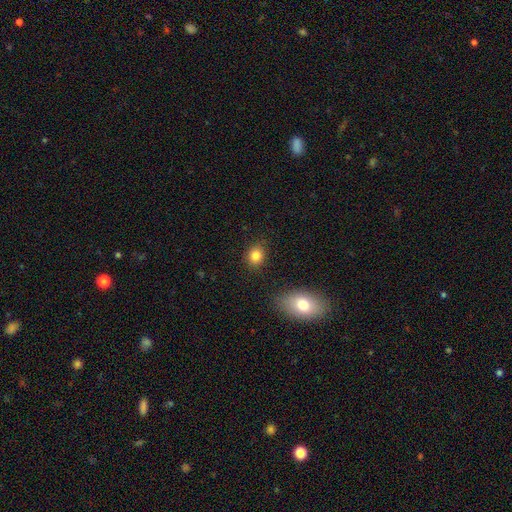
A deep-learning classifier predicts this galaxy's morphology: Smooth or featured? smooth (83%)
How rounded? round (63%)
Merging? none (87%)